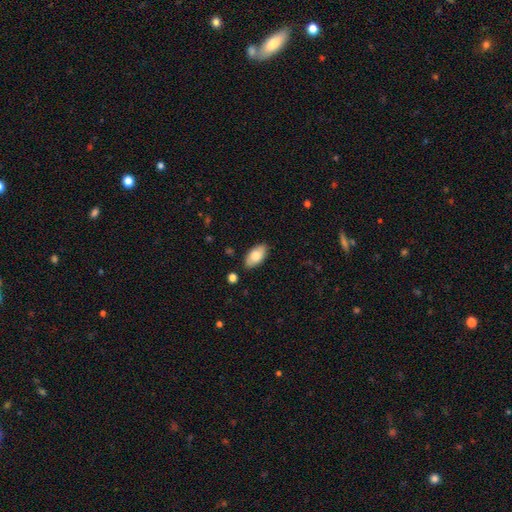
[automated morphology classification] This is likely a smooth galaxy (79%). How rounded: clearly in between (94%). Merging: clearly none (86%).